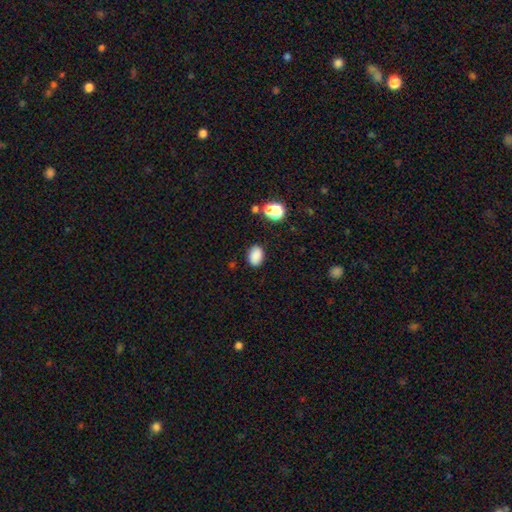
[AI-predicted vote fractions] This is clearly a smooth galaxy (85%). How rounded: likely in between (77%). Merging: clearly none (85%).